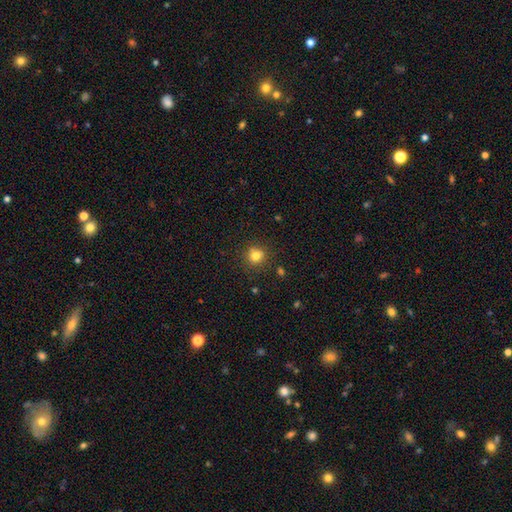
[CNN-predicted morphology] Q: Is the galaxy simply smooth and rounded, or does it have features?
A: smooth — 79%.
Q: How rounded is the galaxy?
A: round — 85%.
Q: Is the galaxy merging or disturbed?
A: none — 81%.